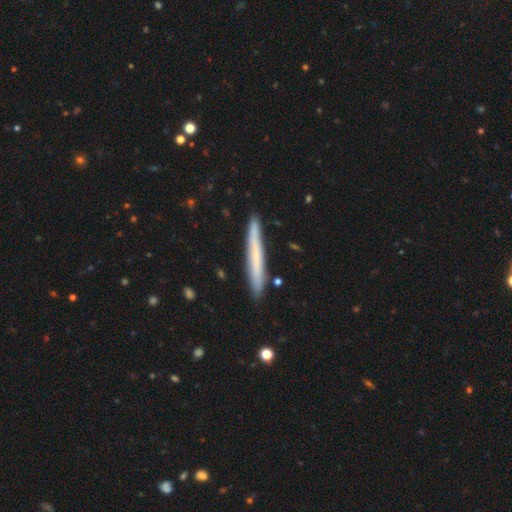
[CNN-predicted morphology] Overall: smooth (59%; featured or disk 35%). How rounded: cigar-shaped (97%). Merging: none (90%).